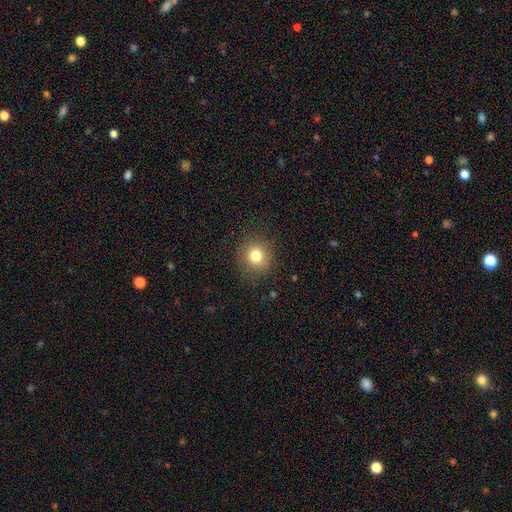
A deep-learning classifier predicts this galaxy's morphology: Smooth or featured: smooth — 79% (star or artifact — 12%)
How rounded: round — 87% (in between — 12%)
Merging: none — 86% (minor disturbance — 9%)